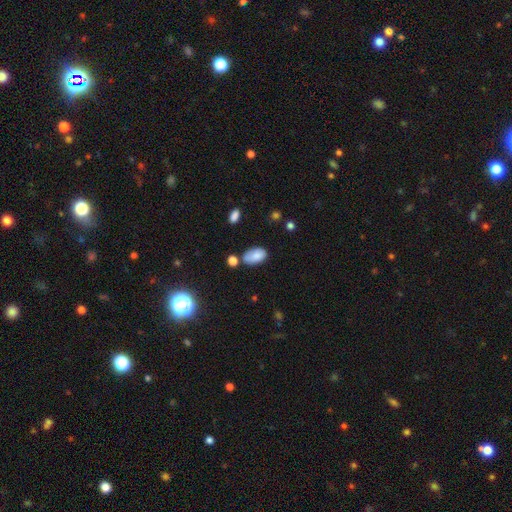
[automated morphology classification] Q: Smooth or featured?
A: smooth (78%); runner-up: featured or disk (13%)
Q: How rounded?
A: in between (92%); runner-up: round (7%)
Q: Merging?
A: none (57%); runner-up: minor disturbance (26%)